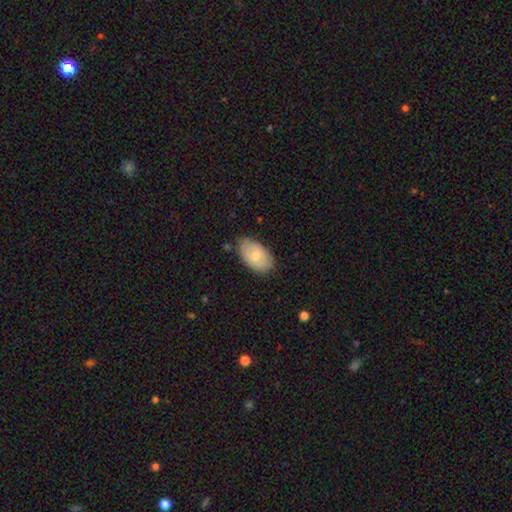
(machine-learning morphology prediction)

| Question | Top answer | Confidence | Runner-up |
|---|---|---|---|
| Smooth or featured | smooth | 71% | featured or disk (23%) |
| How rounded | in between | 93% | round (5%) |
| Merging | none | 76% | minor disturbance (19%) |